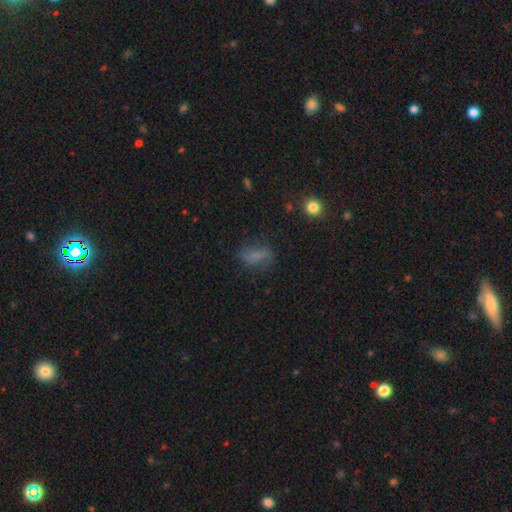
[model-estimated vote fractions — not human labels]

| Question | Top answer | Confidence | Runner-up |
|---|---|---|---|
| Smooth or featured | smooth | 61% | featured or disk (24%) |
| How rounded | in between | 71% | cigar-shaped (18%) |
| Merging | none | 64% | minor disturbance (22%) |